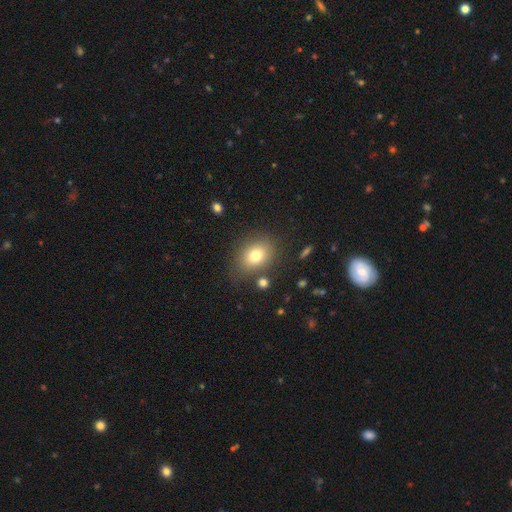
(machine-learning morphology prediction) A smooth galaxy with no disk features (76%) that is in between round and cigar-shaped (54%).

Vote fractions:
- Smooth or featured? smooth: 76% / featured or disk: 12% / star or artifact: 12%
- How rounded? in between: 54% / round: 45% / cigar-shaped: 1%
- Merging? none: 78% / minor disturbance: 13% / major disturbance: 5% / merger: 4%